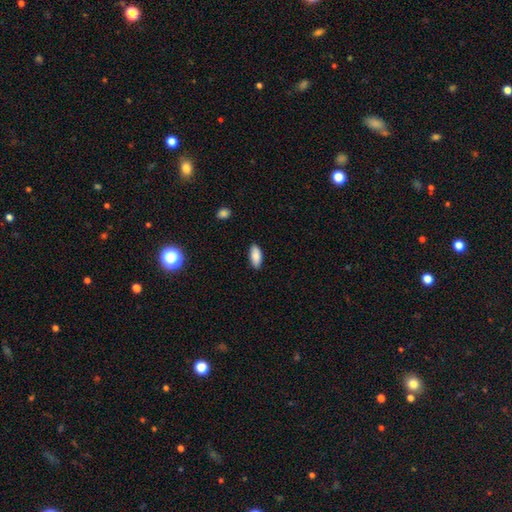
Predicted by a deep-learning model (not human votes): Smooth or featured? Predicted: smooth (p=0.88). How rounded? Predicted: in between (p=0.88). Merging? Predicted: none (p=0.88).